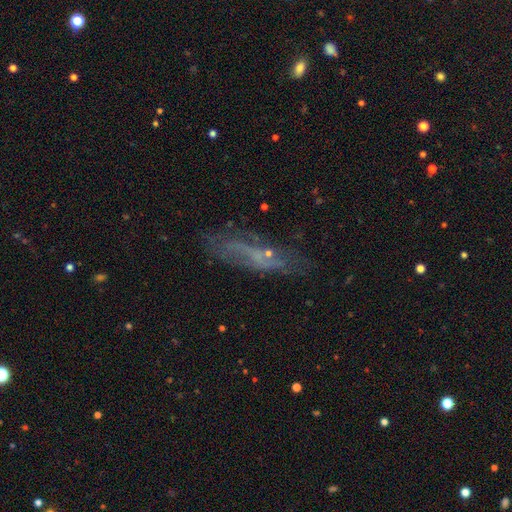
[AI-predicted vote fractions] This appears to be a featured or disk galaxy (53%). Merging: none (57%).